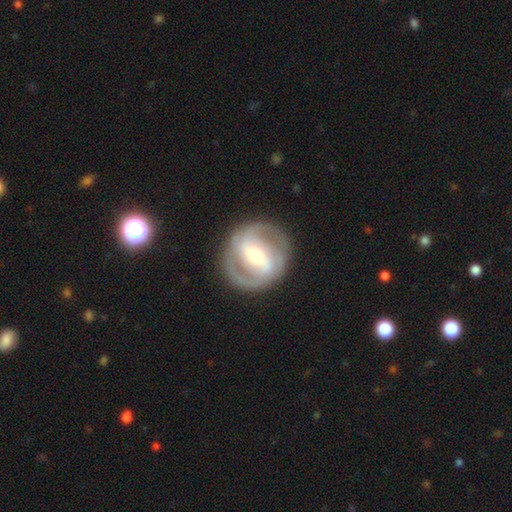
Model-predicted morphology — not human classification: smooth-or-featured: featured or disk: 79% | smooth: 16% | star or artifact: 5%
  disk-edge-on: no: 96% | yes: 4%
    bar: strong: 53% | weak: 33% | no: 14%
    has-spiral-arms: yes: 79% | no: 21%
      spiral-winding: medium: 44% | tight: 38% | loose: 18%
      spiral-arm-count: 2: 82% | can't tell: 9% | 3: 3% | 1: 3% | 4: 1% | more than 4: 1%
    bulge-size: moderate: 57% | small: 33% | large: 7% | dominant: 1% | none: 1%
  merging: none: 85% | minor disturbance: 9% | major disturbance: 5% | merger: 1%